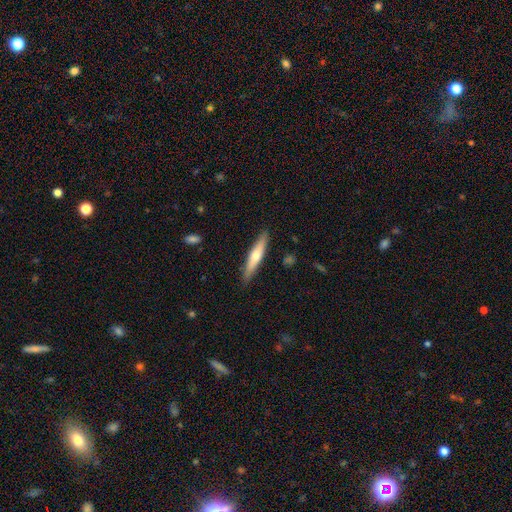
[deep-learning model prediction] Smooth or featured? Predicted: smooth (p=0.52). How rounded? Predicted: cigar-shaped (p=0.88). Merging? Predicted: none (p=0.88).